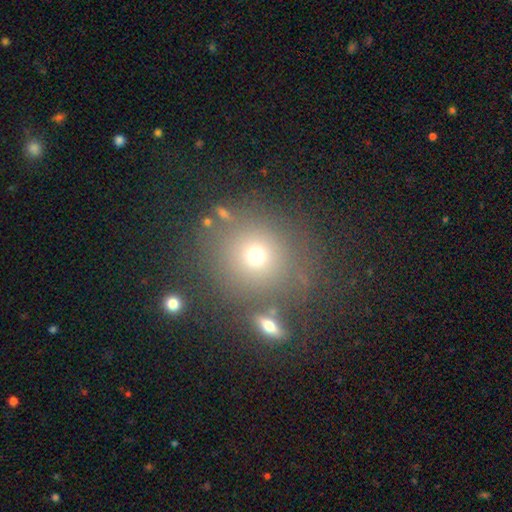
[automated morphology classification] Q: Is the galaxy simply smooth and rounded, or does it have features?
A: smooth — 67%.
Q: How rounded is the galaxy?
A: round — 88%.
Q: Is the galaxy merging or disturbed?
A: none — 74%.